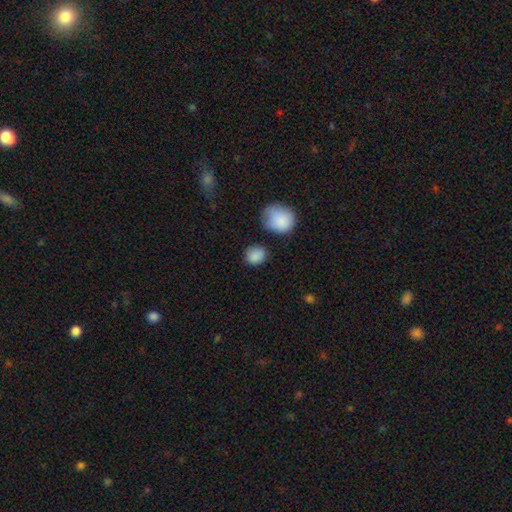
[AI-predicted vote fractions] This appears to be a smooth galaxy with no disk features (88%) that is round (73%). Merging: none (77%).